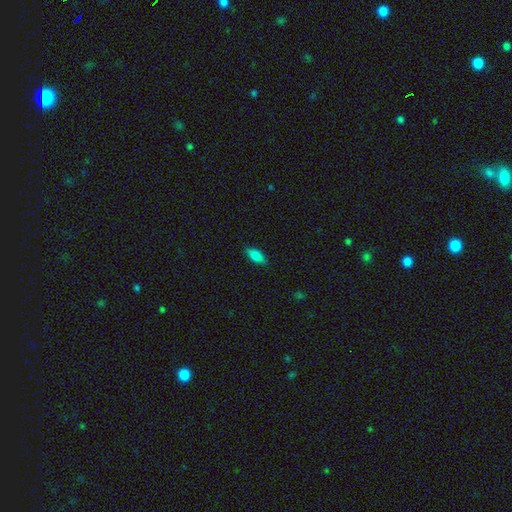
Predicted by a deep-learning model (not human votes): Smooth or featured? smooth (83%)
How rounded? in between (83%)
Merging? none (87%)